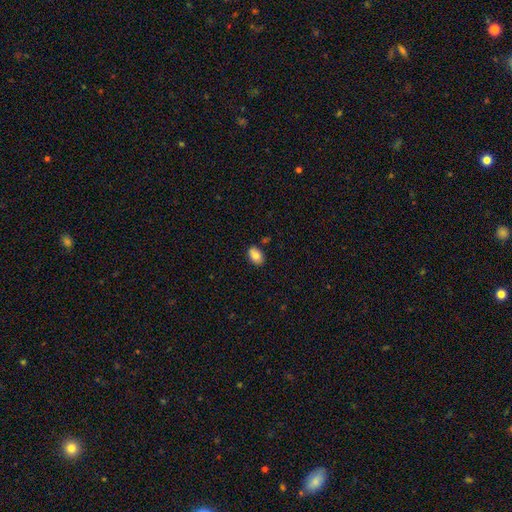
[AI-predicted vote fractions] Smooth or featured? smooth (81%)
How rounded? in between (82%)
Merging? none (84%)